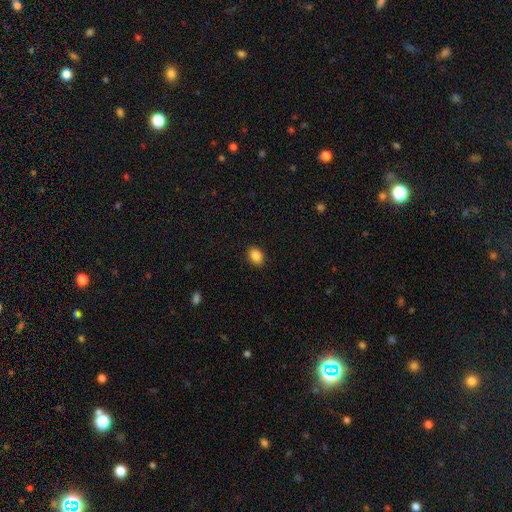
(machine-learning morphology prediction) smooth-or-featured: smooth: 88% | star or artifact: 8% | featured or disk: 4%
  how-rounded: in between: 74% | round: 25% | cigar-shaped: 1%
  merging: none: 90% | minor disturbance: 7% | major disturbance: 2% | merger: 1%